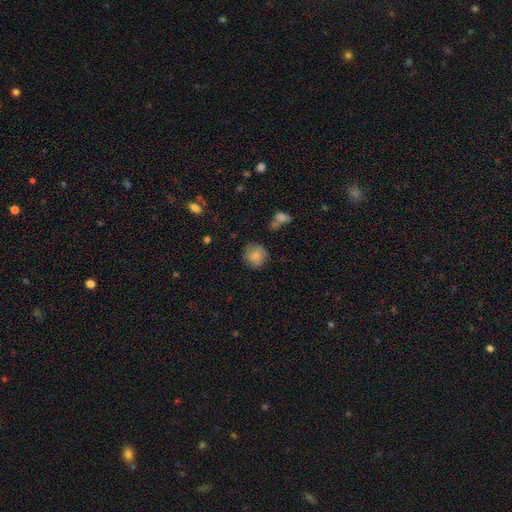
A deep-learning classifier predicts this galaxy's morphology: Overall: smooth (75%). How rounded: round (87%). Merging: none (76%).